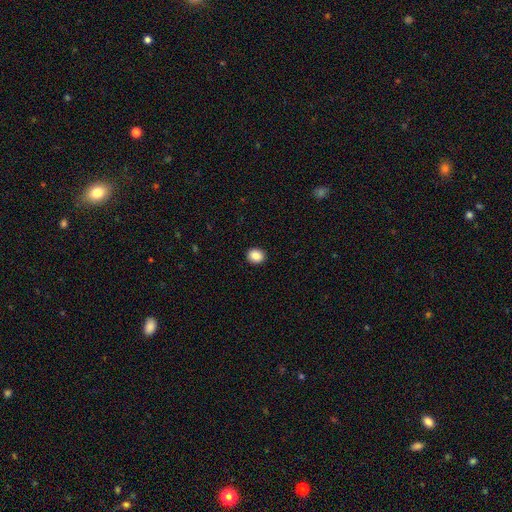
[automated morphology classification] The model was most divided on "how rounded": round: 70%, in between: 29%, cigar-shaped: 1%. More confident: merging — none (92%); smooth or featured — smooth (87%).